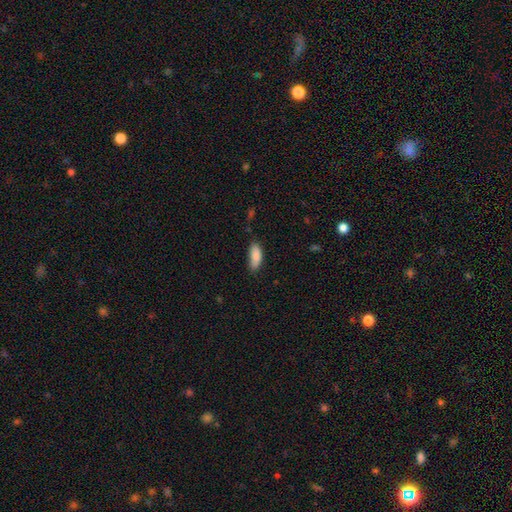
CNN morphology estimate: Smooth or featured: smooth — 87% (star or artifact — 7%)
How rounded: in between — 75% (cigar-shaped — 23%)
Merging: none — 63% (minor disturbance — 29%)